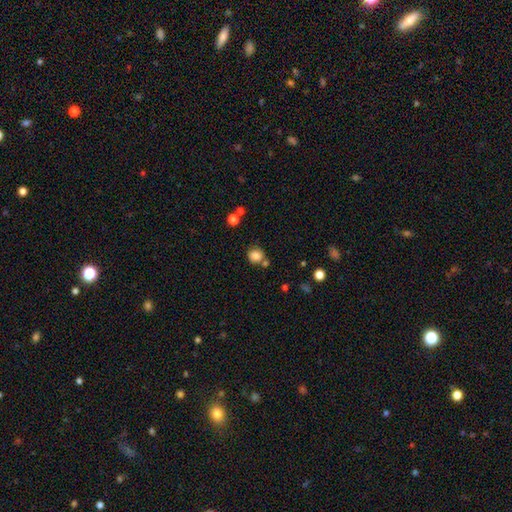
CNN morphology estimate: Overall: smooth (83%). How rounded: round (82%). Merging: none (66%).